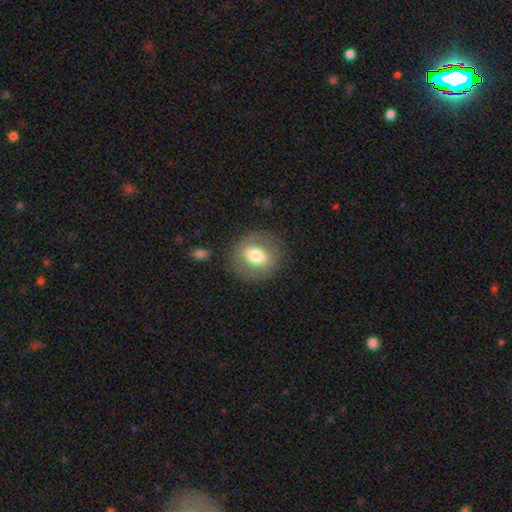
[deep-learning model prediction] A smooth galaxy with no disk features (63%) that is round (73%).

Vote fractions:
- Smooth or featured? smooth: 63% / featured or disk: 29% / star or artifact: 8%
- How rounded? round: 73% / in between: 26% / cigar-shaped: 1%
- Merging? none: 82% / minor disturbance: 11% / major disturbance: 5% / merger: 2%